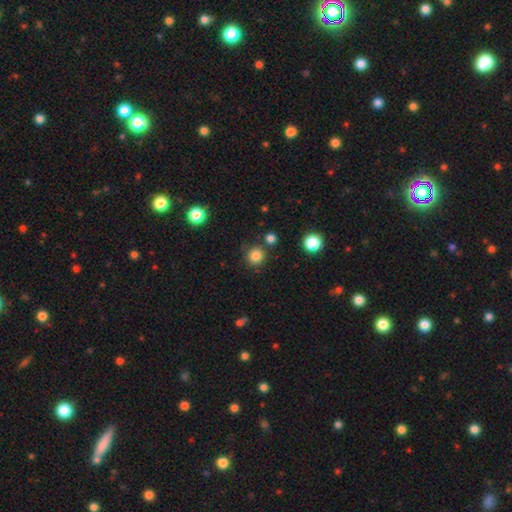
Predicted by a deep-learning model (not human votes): A smooth galaxy with no disk features (83%) that is round (93%). Merging: none (83%).